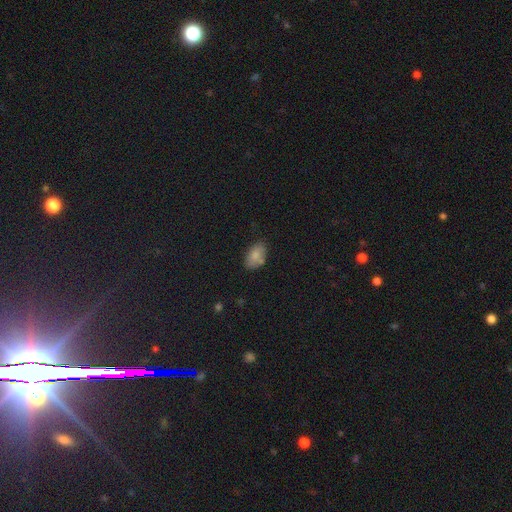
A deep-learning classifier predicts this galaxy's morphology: Smooth or featured?
  - smooth: 81% *
  - featured or disk: 11%
  - star or artifact: 8%
How rounded?
  - in between: 91% *
  - round: 7%
  - cigar-shaped: 2%
Merging?
  - none: 69% *
  - minor disturbance: 19%
  - merger: 8%
  - major disturbance: 4%